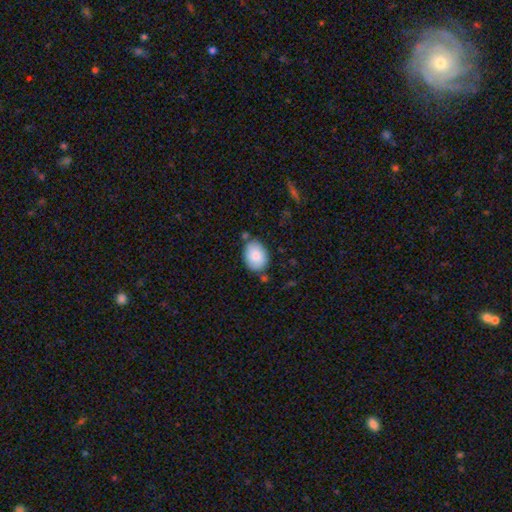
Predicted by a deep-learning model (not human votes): This appears to be a smooth galaxy with no disk features (85%) that is in between round and cigar-shaped (76%). Merging: none (74%).